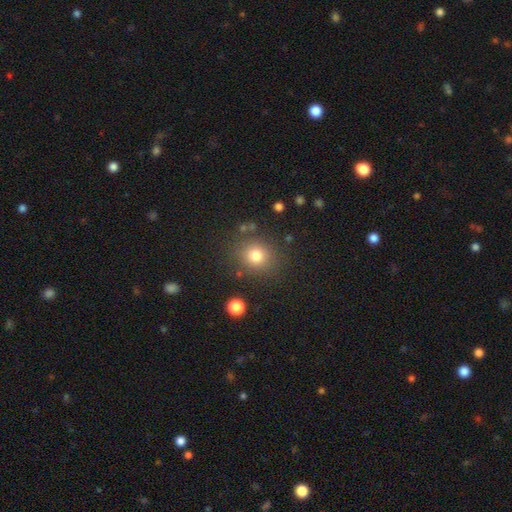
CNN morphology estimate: type=smooth (79%); roundness=round (84%); merging=none (82%).